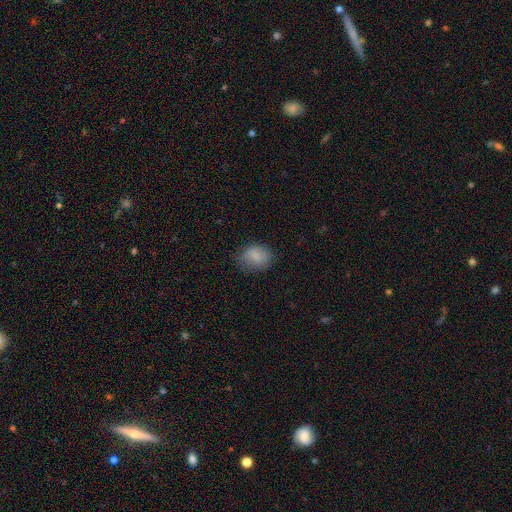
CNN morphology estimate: smooth_or_featured: smooth (p=0.78) [alt: featured or disk p=0.14]
how_rounded: in between (p=0.54) [alt: round p=0.45]
merging: none (p=0.72) [alt: minor disturbance p=0.20]